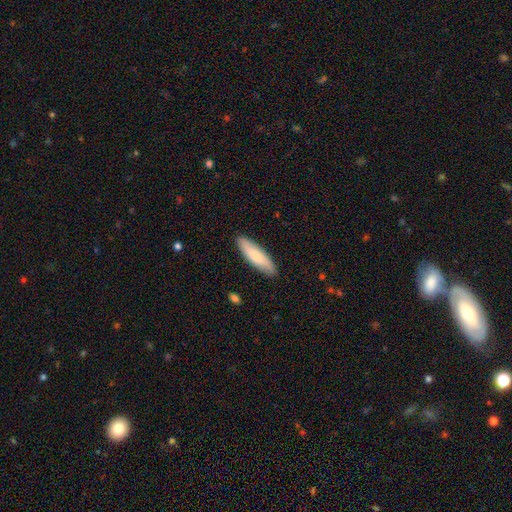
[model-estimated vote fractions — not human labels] This appears to be a smooth galaxy with no disk features (76%) that is cigar-shaped (62%). Merging: none (88%).